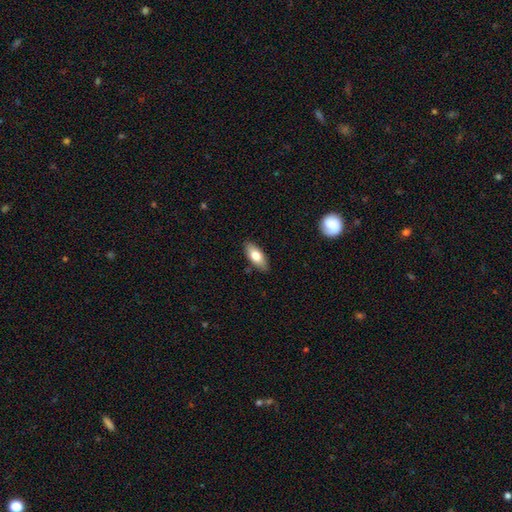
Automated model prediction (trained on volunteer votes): Q: Smooth or featured?
A: smooth (75%); runner-up: featured or disk (19%)
Q: How rounded?
A: in between (84%); runner-up: cigar-shaped (13%)
Q: Merging?
A: none (87%); runner-up: minor disturbance (10%)